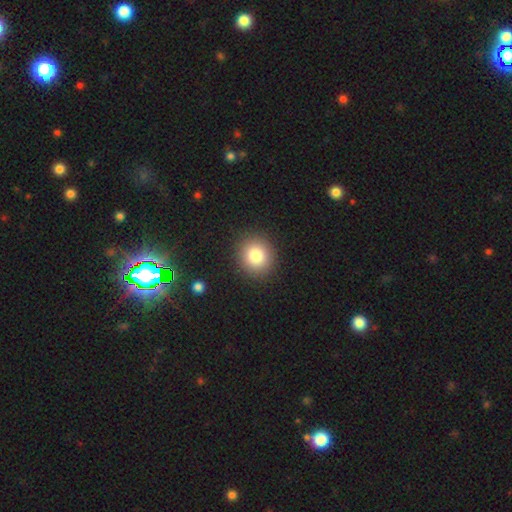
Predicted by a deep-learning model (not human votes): This is clearly a smooth galaxy (82%). How rounded: clearly round (87%). Merging: clearly none (90%).